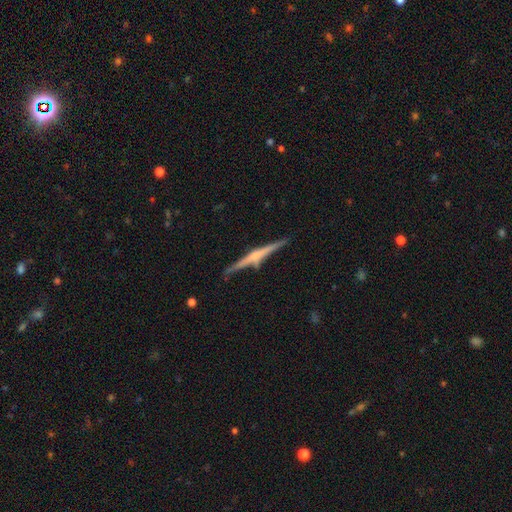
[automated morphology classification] featured or disk 73%, smooth 22%, star or artifact 6%. Down the decision tree: edge-on disk — yes (98%); edge-on bulge — rounded (66%); merging — none (83%).